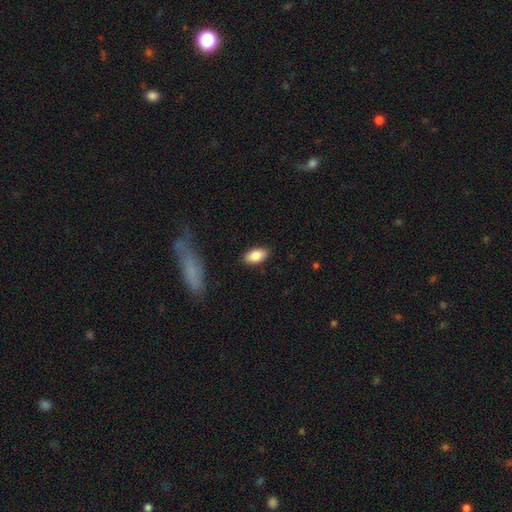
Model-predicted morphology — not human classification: Smooth or featured? smooth (85%)
How rounded? in between (92%)
Merging? none (87%)